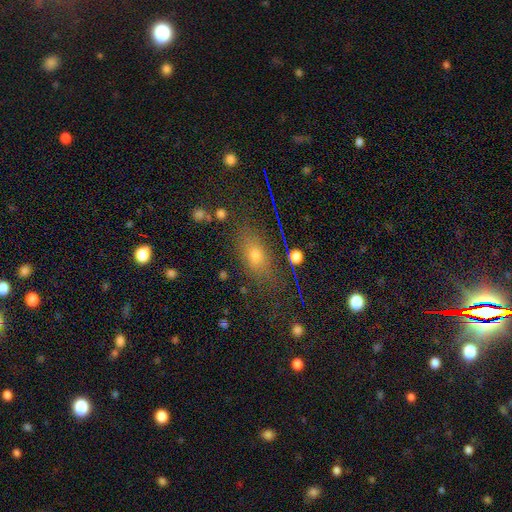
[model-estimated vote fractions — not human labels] This appears to be a smooth galaxy with no disk features (66%) that is in between round and cigar-shaped (73%). Merging: none (75%).